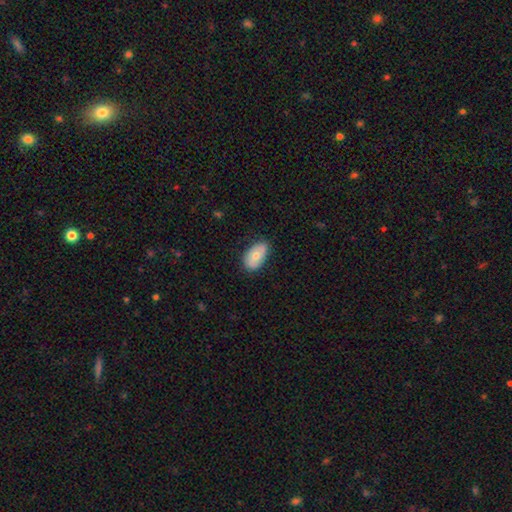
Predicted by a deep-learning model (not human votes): A smooth galaxy with no disk features (73%) that is in between round and cigar-shaped (93%). Merging: none (75%).